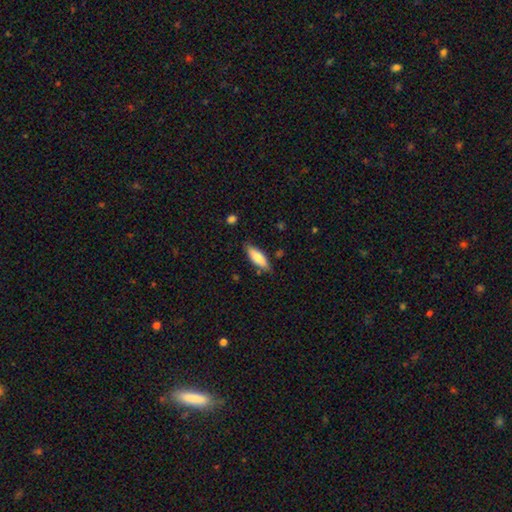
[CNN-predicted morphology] A smooth galaxy with no disk features (79%) that is in between round and cigar-shaped (62%).

Vote fractions:
- Smooth or featured? smooth: 79% / featured or disk: 15% / star or artifact: 6%
- How rounded? in between: 62% / cigar-shaped: 36% / round: 2%
- Merging? none: 80% / minor disturbance: 15% / major disturbance: 3% / merger: 2%